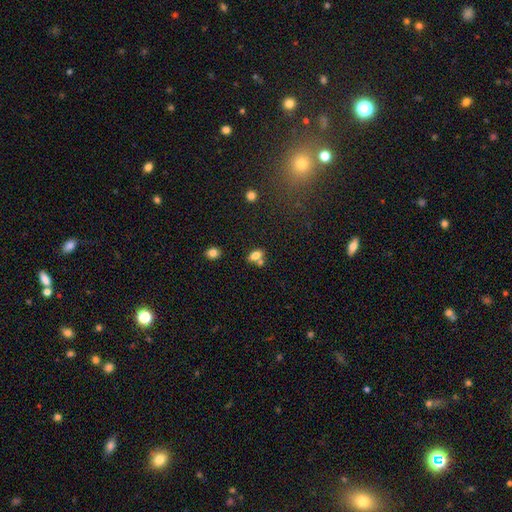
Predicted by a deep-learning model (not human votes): This is likely a smooth galaxy (78%). How rounded: clearly in between (81%). Merging: possibly none (52%).